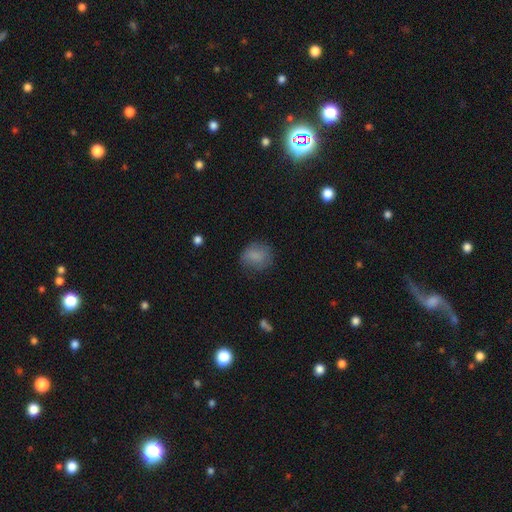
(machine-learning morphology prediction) A smooth galaxy with no disk features (83%) that is round (69%).

Vote fractions:
- Smooth or featured? smooth: 83% / star or artifact: 9% / featured or disk: 8%
- How rounded? round: 69% / in between: 30% / cigar-shaped: 1%
- Merging? none: 72% / minor disturbance: 20% / major disturbance: 6% / merger: 1%